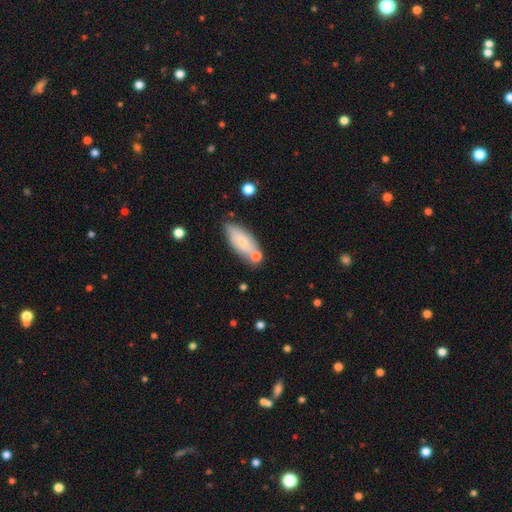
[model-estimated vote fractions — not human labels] smooth-or-featured: smooth: 65% | featured or disk: 28% | star or artifact: 7%
  how-rounded: in between: 77% | cigar-shaped: 17% | round: 7%
  merging: none: 58% | minor disturbance: 19% | merger: 17% | major disturbance: 5%